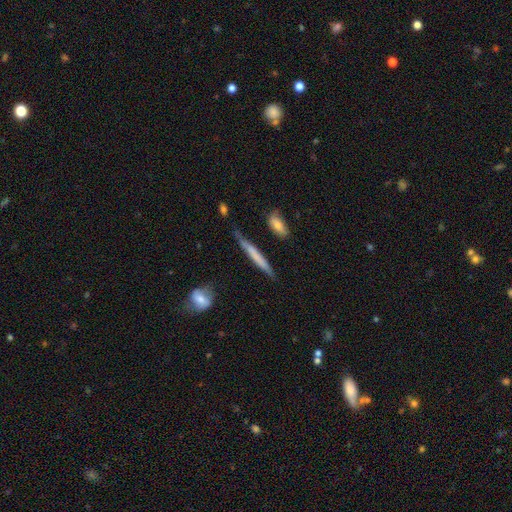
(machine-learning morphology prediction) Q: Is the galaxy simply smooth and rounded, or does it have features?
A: smooth — 53%.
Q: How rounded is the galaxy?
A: cigar-shaped — 94%.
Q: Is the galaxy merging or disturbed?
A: none — 75%.